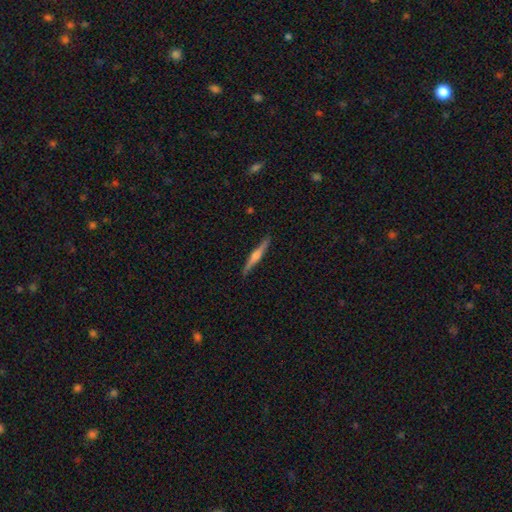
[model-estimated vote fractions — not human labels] Smooth or featured?
  - featured or disk: 70% *
  - smooth: 25%
  - star or artifact: 5%
Edge-on disk?
  - yes: 98% *
  - no: 2%
Edge-on bulge?
  - rounded: 86% *
  - boxy: 8%
  - none: 6%
Merging?
  - none: 89% *
  - minor disturbance: 9%
  - major disturbance: 2%
  - merger: 1%